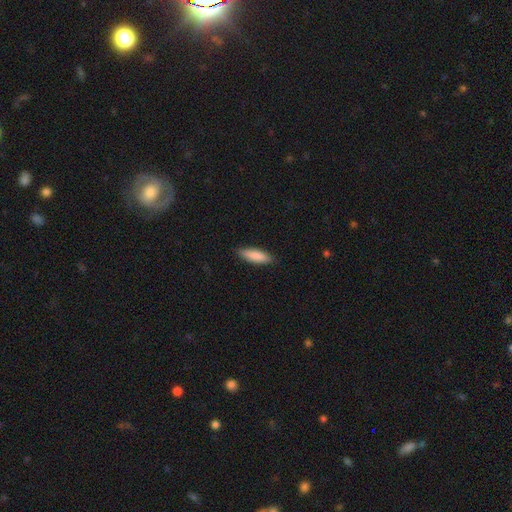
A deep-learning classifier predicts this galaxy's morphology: type=smooth (86%); roundness=cigar-shaped (57%); merging=none (87%).